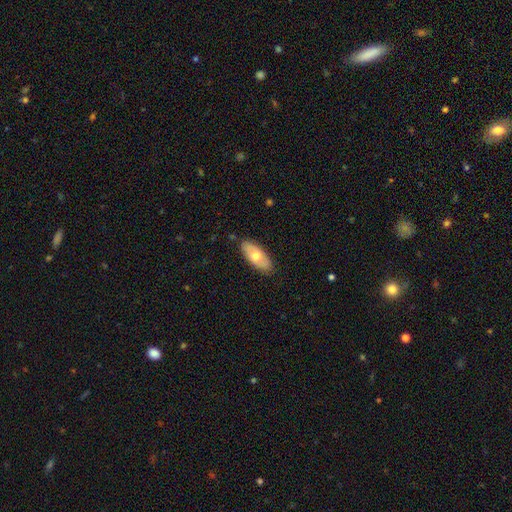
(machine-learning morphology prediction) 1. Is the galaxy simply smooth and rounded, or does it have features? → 62% smooth, 32% featured or disk, 5% star or artifact.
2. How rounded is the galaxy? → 88% in between, 9% cigar-shaped, 2% round.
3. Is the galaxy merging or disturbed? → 84% none, 12% minor disturbance, 2% major disturbance, 1% merger.